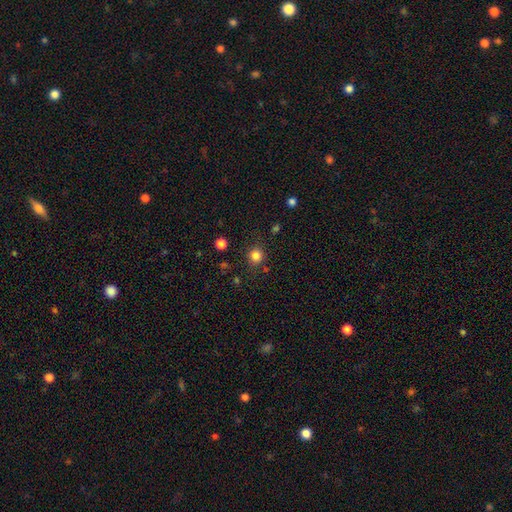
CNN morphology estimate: Smooth or featured?
  - smooth: 82% *
  - star or artifact: 13%
  - featured or disk: 5%
How rounded?
  - round: 87% *
  - in between: 12%
  - cigar-shaped: 1%
Merging?
  - none: 84% *
  - minor disturbance: 10%
  - major disturbance: 3%
  - merger: 3%